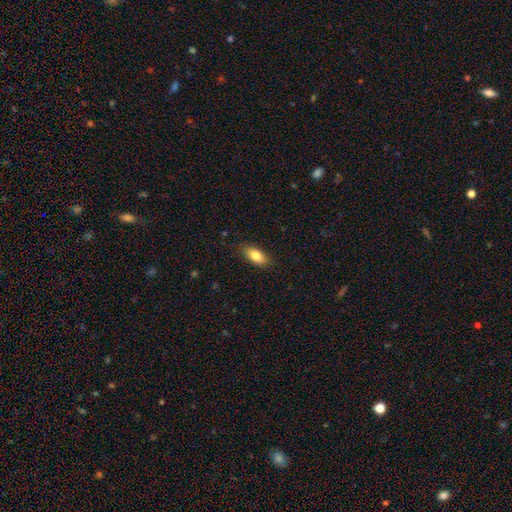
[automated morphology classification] Smooth or featured: smooth — 82% (featured or disk — 11%)
How rounded: in between — 88% (cigar-shaped — 8%)
Merging: none — 86% (minor disturbance — 11%)